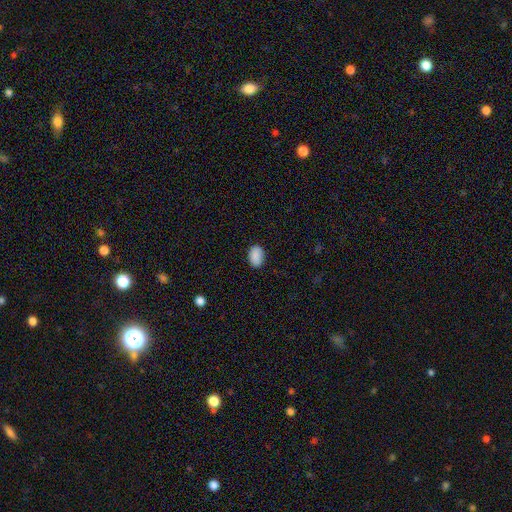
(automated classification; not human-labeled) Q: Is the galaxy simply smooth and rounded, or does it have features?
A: smooth — 90%.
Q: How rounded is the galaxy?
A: in between — 86%.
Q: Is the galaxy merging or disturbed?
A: none — 87%.